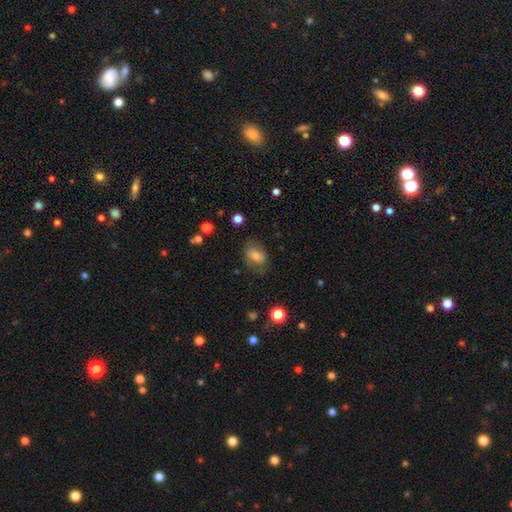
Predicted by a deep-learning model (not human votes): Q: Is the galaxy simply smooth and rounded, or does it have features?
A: smooth — 69%.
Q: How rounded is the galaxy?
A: in between — 80%.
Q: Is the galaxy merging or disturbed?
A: none — 68%.